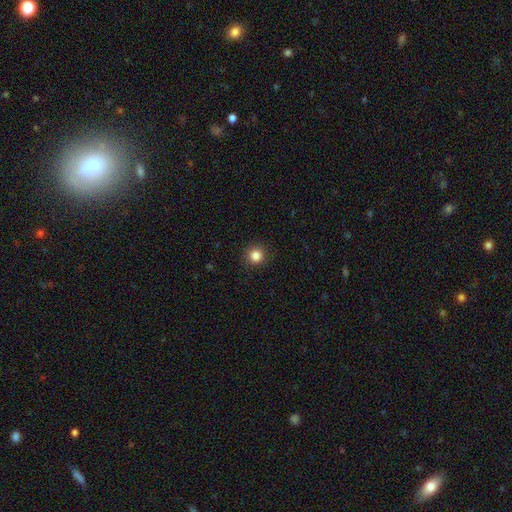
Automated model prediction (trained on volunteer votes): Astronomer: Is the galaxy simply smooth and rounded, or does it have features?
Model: smooth — 84%.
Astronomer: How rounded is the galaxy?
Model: round — 94%.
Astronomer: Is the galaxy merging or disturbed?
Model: none — 92%.